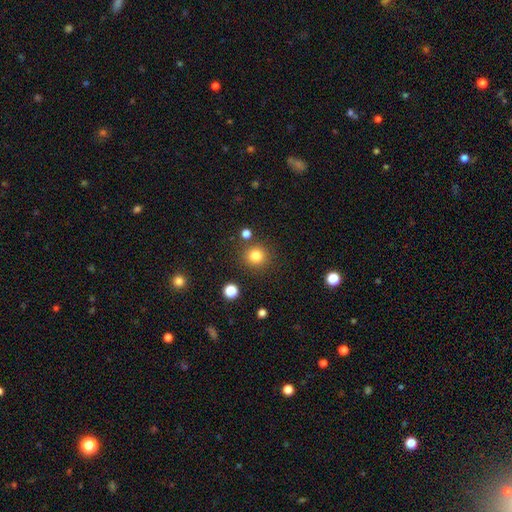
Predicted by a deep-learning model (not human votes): smooth_or_featured: smooth (p=0.82) [alt: star or artifact p=0.13]
how_rounded: round (p=0.92) [alt: in between p=0.07]
merging: none (p=0.86) [alt: minor disturbance p=0.07]